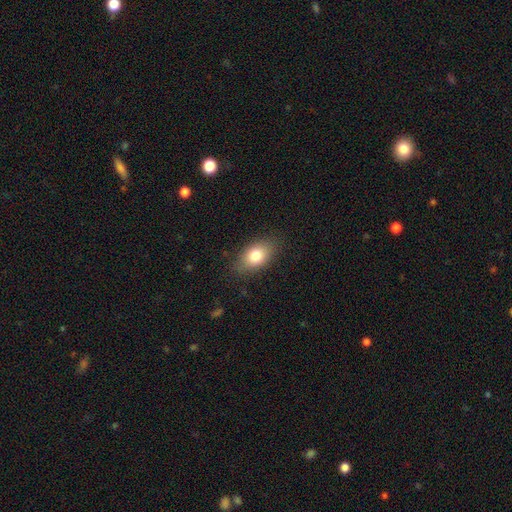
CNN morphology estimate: Smooth or featured? smooth (79%)
How rounded? in between (83%)
Merging? none (82%)